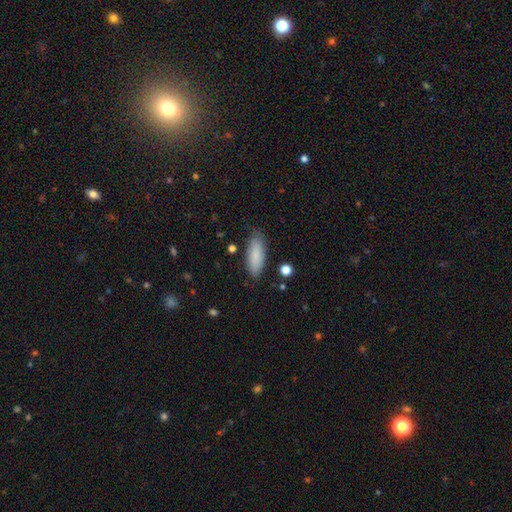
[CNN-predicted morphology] Smooth or featured: smooth — 82% (featured or disk — 11%)
How rounded: in between — 67% (cigar-shaped — 31%)
Merging: none — 79% (minor disturbance — 16%)